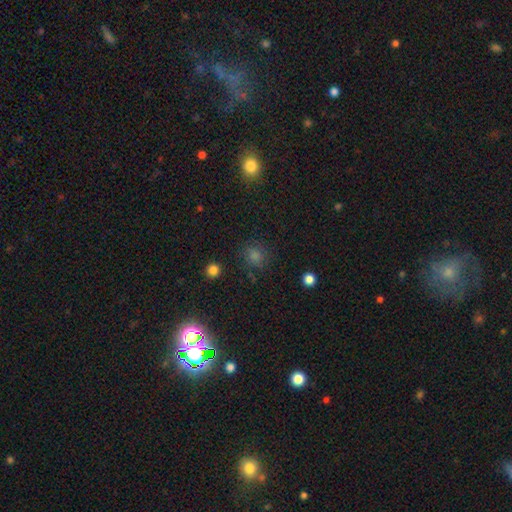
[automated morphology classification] Smooth or featured?
  - smooth: 62% *
  - star or artifact: 32%
  - featured or disk: 6%
How rounded?
  - round: 86% *
  - in between: 13%
  - cigar-shaped: 1%
Merging?
  - none: 85% *
  - minor disturbance: 9%
  - major disturbance: 4%
  - merger: 2%